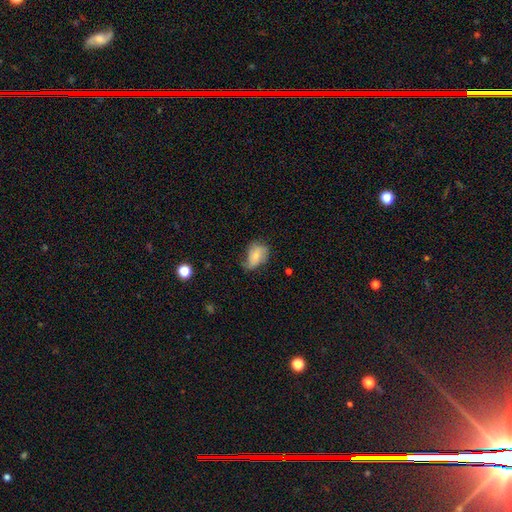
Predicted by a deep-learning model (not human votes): Smooth or featured? Predicted: smooth (p=0.54). How rounded? Predicted: in between (p=0.82). Merging? Predicted: none (p=0.43).